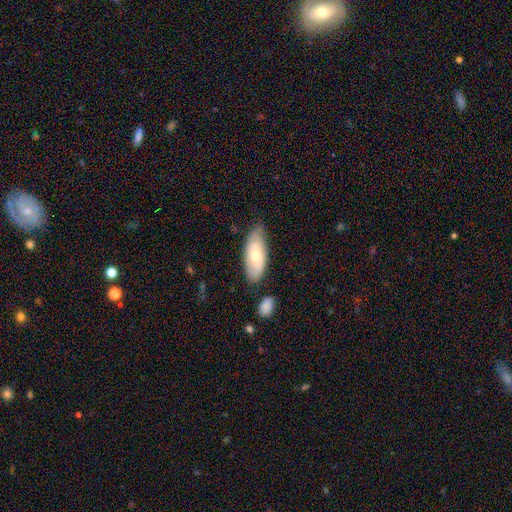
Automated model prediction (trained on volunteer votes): A smooth galaxy with no disk features (65%) that is in between round and cigar-shaped (80%).

Vote fractions:
- Smooth or featured? smooth: 65% / featured or disk: 29% / star or artifact: 6%
- How rounded? in between: 80% / cigar-shaped: 18% / round: 2%
- Merging? none: 69% / minor disturbance: 22% / merger: 5% / major disturbance: 5%